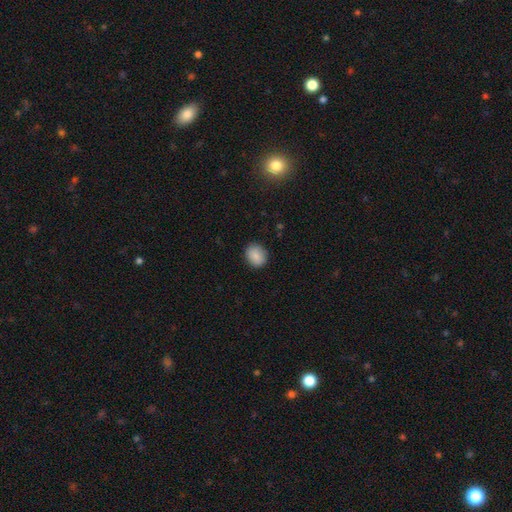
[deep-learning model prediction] This is clearly a smooth galaxy (86%). How rounded: likely round (61%). Merging: clearly none (87%).